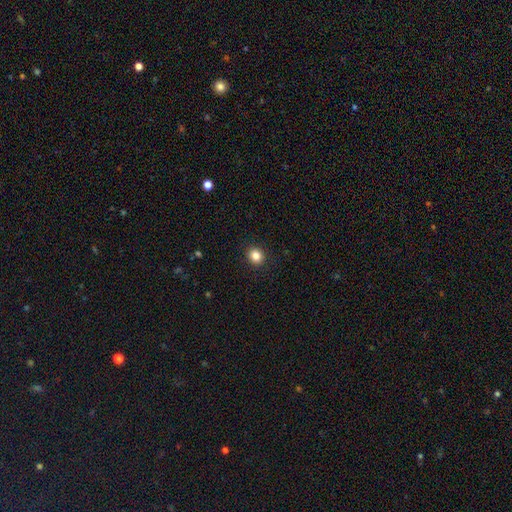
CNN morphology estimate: A smooth galaxy with no disk features (84%) that is round (82%).

Vote fractions:
- Smooth or featured? smooth: 84% / star or artifact: 11% / featured or disk: 5%
- How rounded? round: 82% / in between: 17% / cigar-shaped: 1%
- Merging? none: 92% / minor disturbance: 5% / major disturbance: 2% / merger: 1%